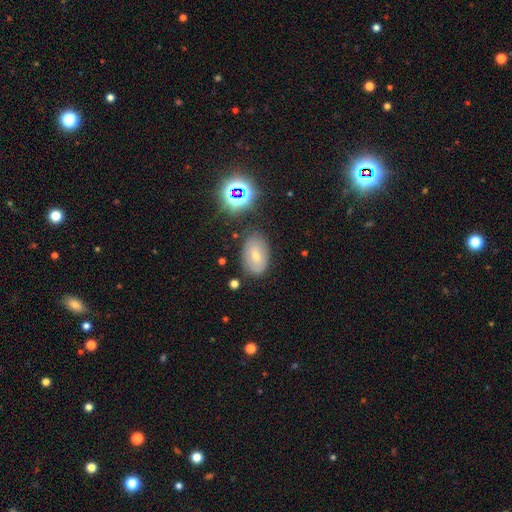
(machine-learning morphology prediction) Smooth or featured: smooth — 56% (featured or disk — 30%)
How rounded: in between — 89% (round — 10%)
Merging: none — 75% (minor disturbance — 16%)